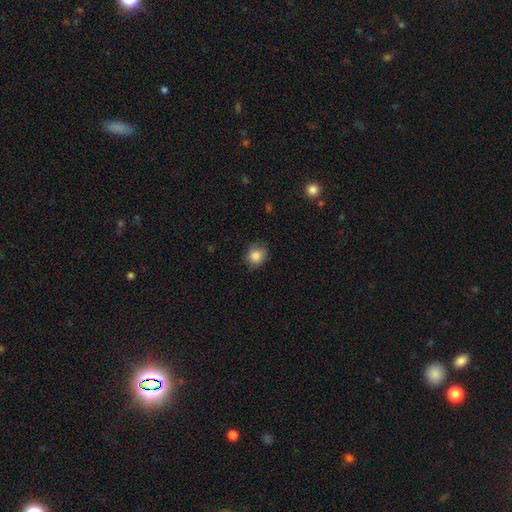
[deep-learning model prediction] Overall: smooth (85%). How rounded: round (78%). Merging: none (78%).